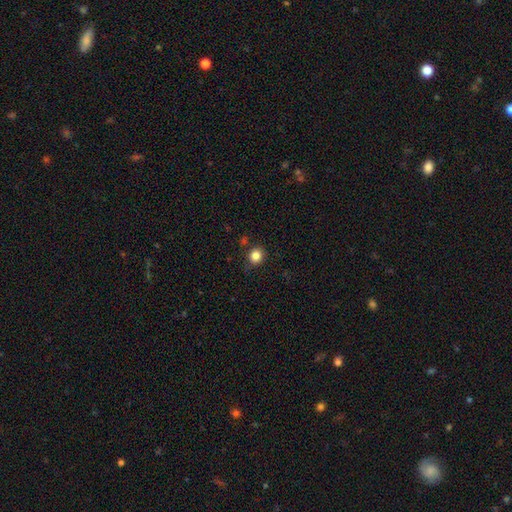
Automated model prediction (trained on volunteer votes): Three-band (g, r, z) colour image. It shows a smooth galaxy with no disk features (84%) that is round (87%). Merging: none (85%).